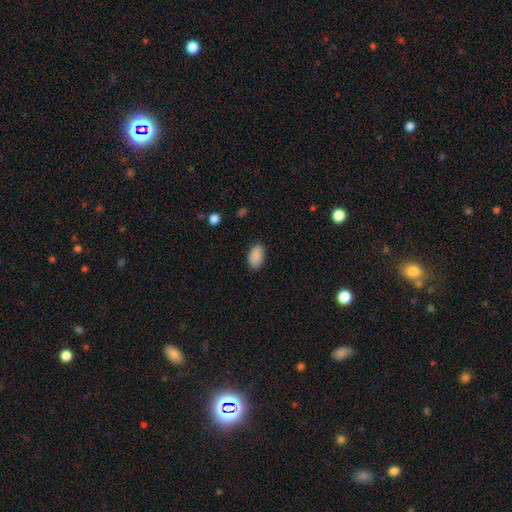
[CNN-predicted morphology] smooth 89%, star or artifact 8%, featured or disk 3%. Down the decision tree: how rounded — in between (92%); merging — none (83%).